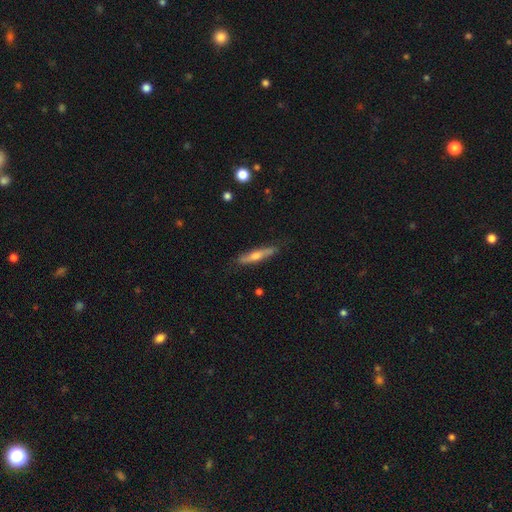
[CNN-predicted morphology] Smooth or featured? featured or disk (54%)
Edge-on disk? yes (87%)
Merging? none (81%)